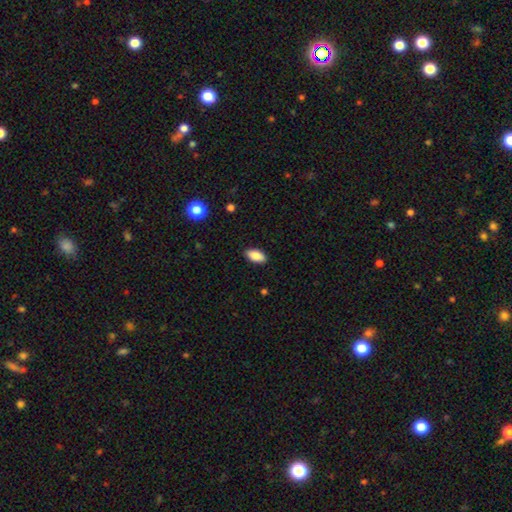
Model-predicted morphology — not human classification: Smooth or featured: smooth — 87% (star or artifact — 7%)
How rounded: in between — 92% (cigar-shaped — 5%)
Merging: none — 89% (minor disturbance — 8%)